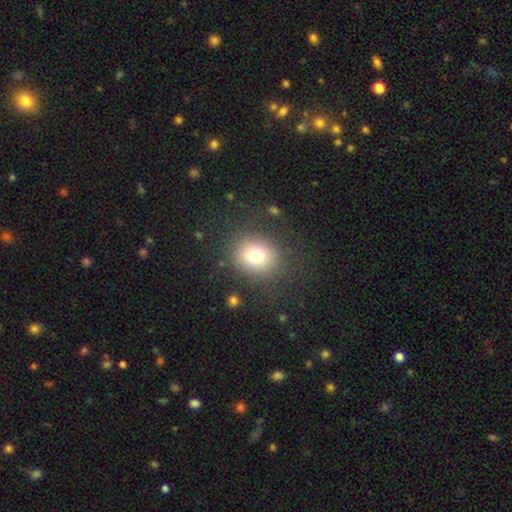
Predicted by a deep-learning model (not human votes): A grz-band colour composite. It shows a smooth galaxy with no disk features (75%) that is round (70%). Merging: none (83%).